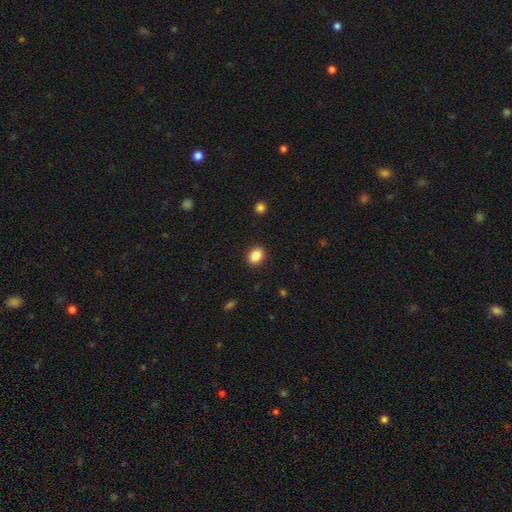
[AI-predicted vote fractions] Overall: smooth (87%). How rounded: in between (50%; round 49%). Merging: none (90%).